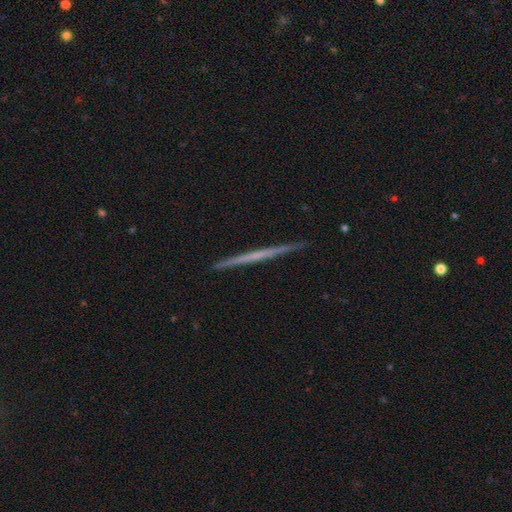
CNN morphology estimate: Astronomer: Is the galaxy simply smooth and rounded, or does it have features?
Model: featured or disk — 62%.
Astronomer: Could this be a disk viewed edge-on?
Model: yes — 98%.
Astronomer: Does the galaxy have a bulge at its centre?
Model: none — 89%.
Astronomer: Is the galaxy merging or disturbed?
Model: none — 92%.